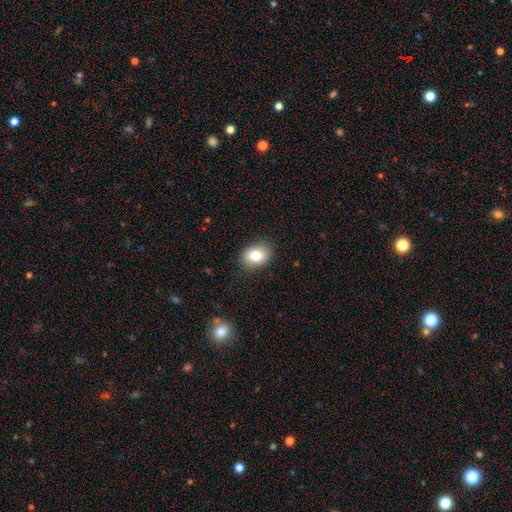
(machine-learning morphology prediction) smooth 80%, featured or disk 11%, star or artifact 9%. Down the decision tree: how rounded — in between (68%); merging — none (87%).